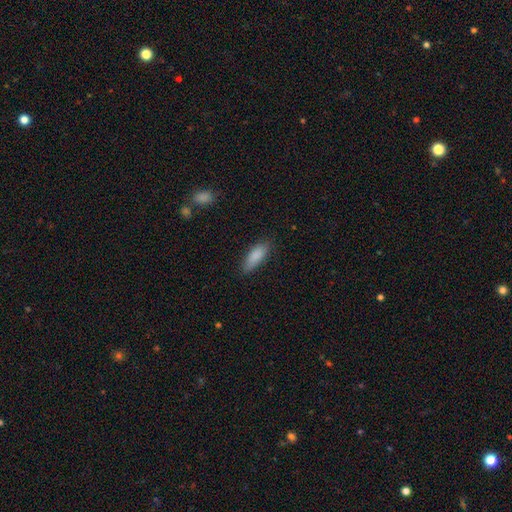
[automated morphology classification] Smooth or featured?
  - smooth: 87% *
  - featured or disk: 7%
  - star or artifact: 6%
How rounded?
  - in between: 63% *
  - cigar-shaped: 36%
  - round: 2%
Merging?
  - none: 82% *
  - minor disturbance: 14%
  - major disturbance: 3%
  - merger: 1%